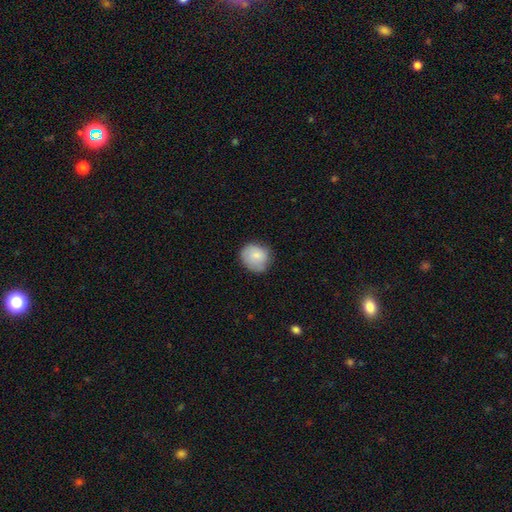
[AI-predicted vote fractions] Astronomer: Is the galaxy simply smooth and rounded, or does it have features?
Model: smooth — 80%.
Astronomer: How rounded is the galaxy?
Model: round — 77%.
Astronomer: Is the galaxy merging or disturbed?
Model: none — 70%.